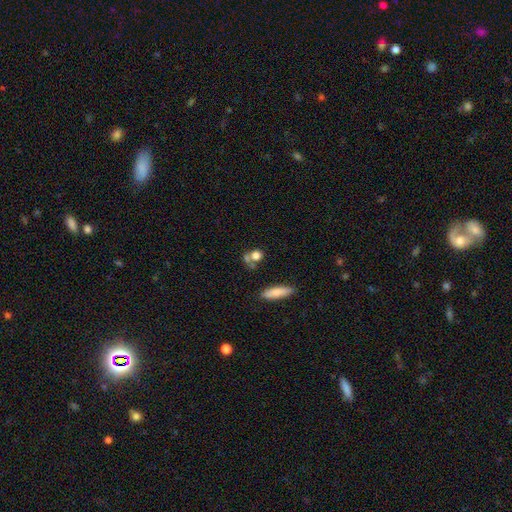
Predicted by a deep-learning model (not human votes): A smooth galaxy with no disk features (74%) that is round (68%). Merging: none (47%).